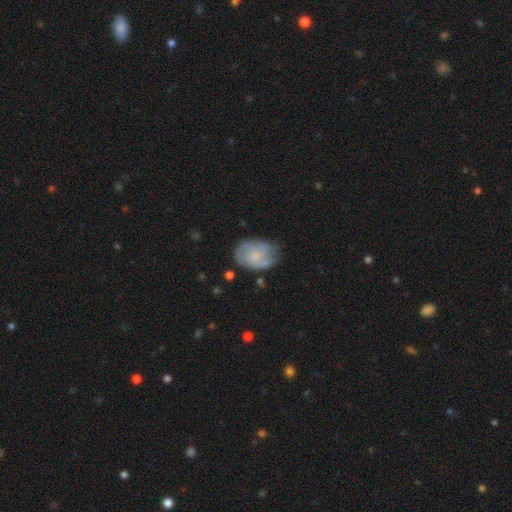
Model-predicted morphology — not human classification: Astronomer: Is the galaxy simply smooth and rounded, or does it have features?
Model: smooth — 47% (runner-up: featured or disk, 46%).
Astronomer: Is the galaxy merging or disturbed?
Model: none — 58%.